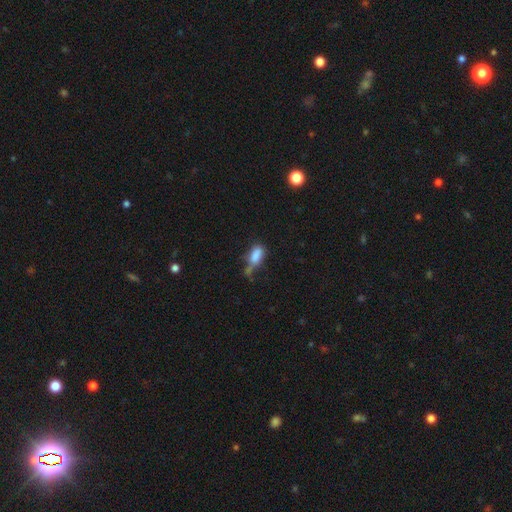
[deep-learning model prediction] Morphology: type=smooth (77%); roundness=in between (83%); merging=minor disturbance (32%).